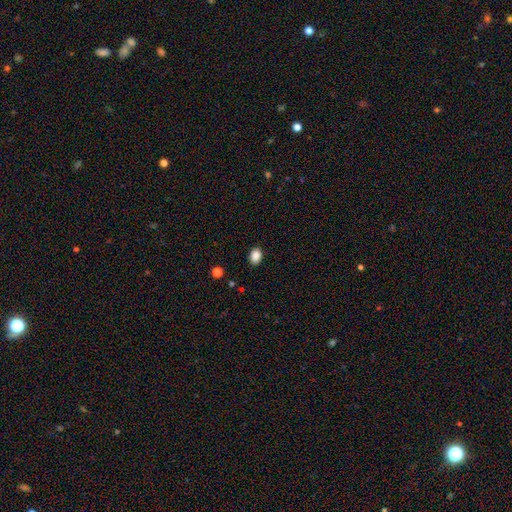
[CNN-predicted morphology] Smooth or featured?
  - smooth: 87% *
  - star or artifact: 9%
  - featured or disk: 3%
How rounded?
  - in between: 72% *
  - round: 27%
  - cigar-shaped: 1%
Merging?
  - none: 88% *
  - minor disturbance: 9%
  - major disturbance: 2%
  - merger: 1%